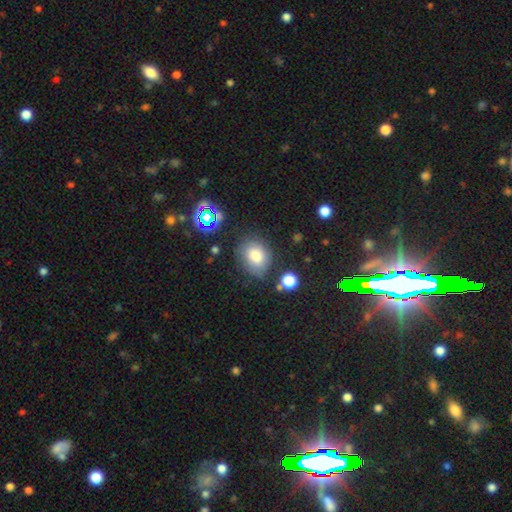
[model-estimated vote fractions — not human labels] Smooth or featured? Predicted: smooth (p=0.77). How rounded? Predicted: in between (p=0.50). Merging? Predicted: none (p=0.72).